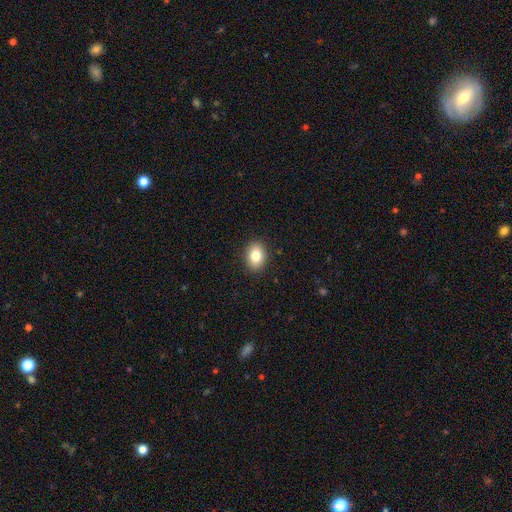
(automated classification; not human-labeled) Morphology: type=smooth (83%); roundness=in between (71%); merging=none (90%).